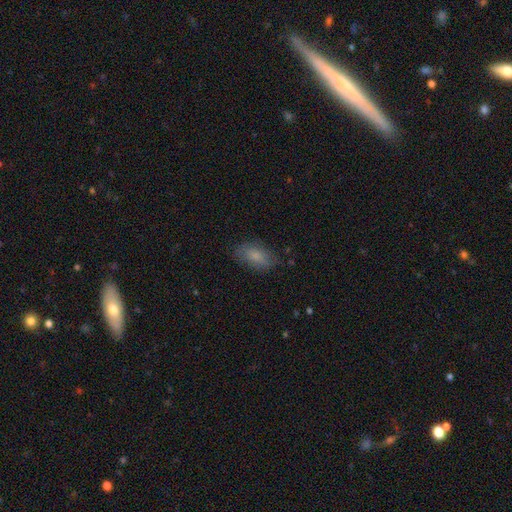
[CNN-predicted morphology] A smooth galaxy with no disk features (82%) that is in between round and cigar-shaped (90%).

Vote fractions:
- Smooth or featured? smooth: 82% / featured or disk: 10% / star or artifact: 8%
- How rounded? in between: 90% / cigar-shaped: 5% / round: 5%
- Merging? none: 77% / minor disturbance: 17% / major disturbance: 5% / merger: 1%